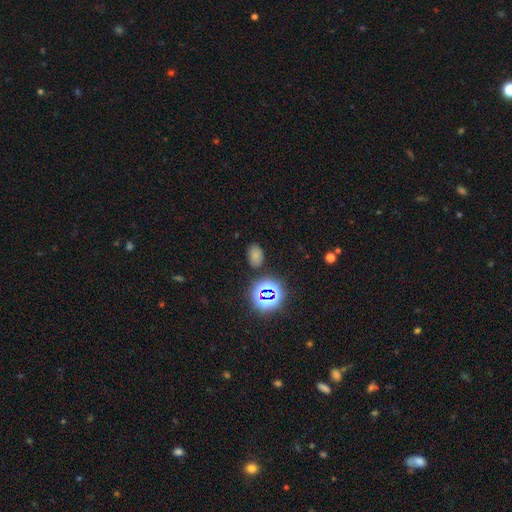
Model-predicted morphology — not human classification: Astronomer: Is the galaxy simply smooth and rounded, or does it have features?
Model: smooth — 68%.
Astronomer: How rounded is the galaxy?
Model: in between — 80%.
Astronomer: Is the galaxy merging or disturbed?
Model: none — 81%.